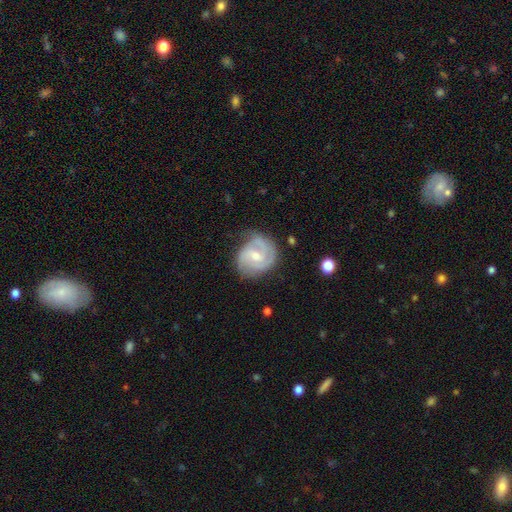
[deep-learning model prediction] smooth_or_featured: featured or disk (p=0.83) [alt: smooth p=0.12]
disk_edge_on: no (p=0.98) [alt: yes p=0.02]
bar: weak (p=0.54) [alt: no p=0.36]
has_spiral_arms: yes (p=0.96) [alt: no p=0.04]
spiral_winding: tight (p=0.48) [alt: medium p=0.42]
spiral_arm_count: 2 (p=0.51) [alt: 3 p=0.27]
bulge_size: moderate (p=0.49) [alt: small p=0.46]
merging: none (p=0.66) [alt: minor disturbance p=0.24]